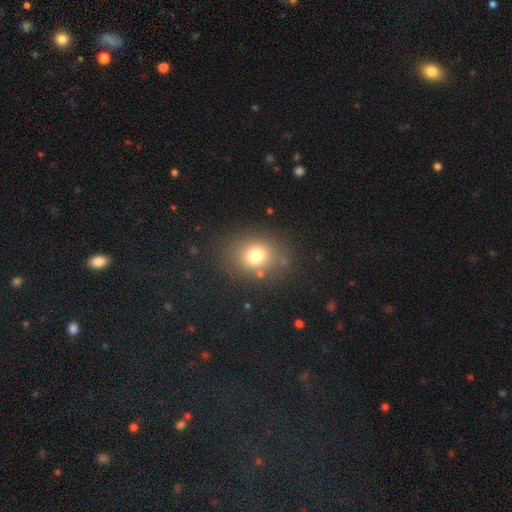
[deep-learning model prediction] smooth_or_featured: smooth (p=0.75) [alt: star or artifact p=0.15]
how_rounded: round (p=0.55) [alt: in between p=0.44]
merging: none (p=0.80) [alt: minor disturbance p=0.11]